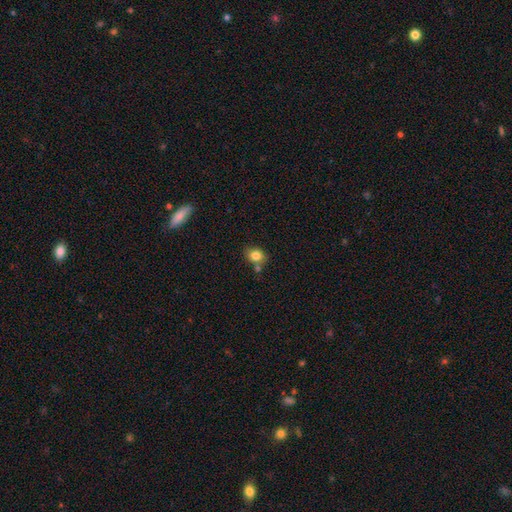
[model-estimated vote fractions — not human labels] Smooth or featured?
  - smooth: 81% *
  - star or artifact: 10%
  - featured or disk: 9%
How rounded?
  - round: 56% *
  - in between: 43%
  - cigar-shaped: 1%
Merging?
  - none: 66% *
  - merger: 15%
  - minor disturbance: 15%
  - major disturbance: 4%